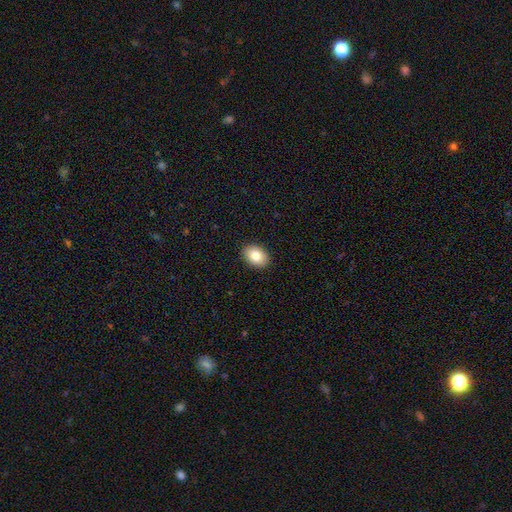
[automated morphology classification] type=smooth (84%); roundness=in between (81%); merging=none (90%).